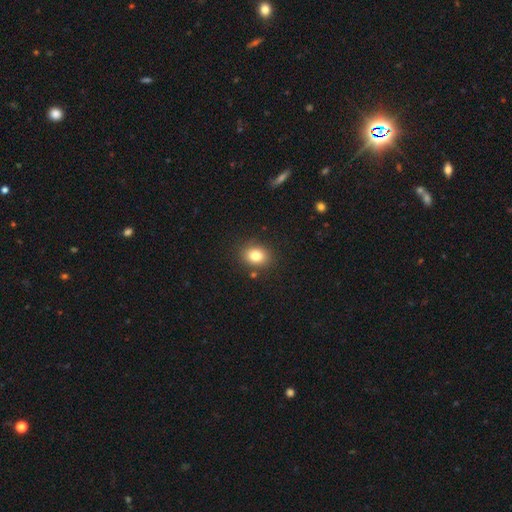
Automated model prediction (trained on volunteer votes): smooth_or_featured: smooth (p=0.81) [alt: star or artifact p=0.11]
how_rounded: round (p=0.50) [alt: in between p=0.49]
merging: none (p=0.85) [alt: minor disturbance p=0.09]